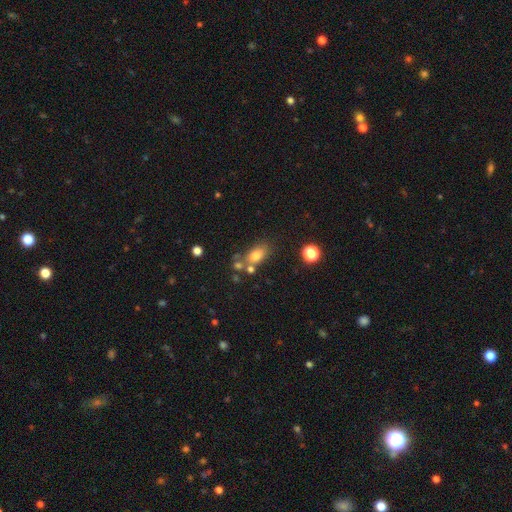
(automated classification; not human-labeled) Q: Smooth or featured?
A: smooth (77%); runner-up: star or artifact (12%)
Q: How rounded?
A: in between (80%); runner-up: round (16%)
Q: Merging?
A: none (57%); runner-up: merger (20%)